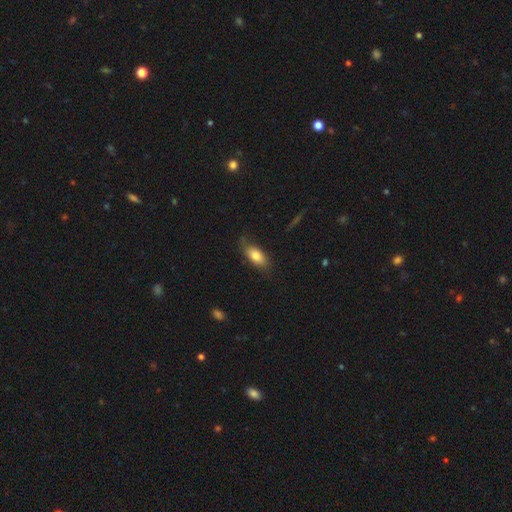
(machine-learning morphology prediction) A smooth galaxy with no disk features (80%) that is in between round and cigar-shaped (87%).

Vote fractions:
- Smooth or featured? smooth: 80% / featured or disk: 13% / star or artifact: 7%
- How rounded? in between: 87% / cigar-shaped: 9% / round: 4%
- Merging? none: 75% / minor disturbance: 19% / major disturbance: 4% / merger: 2%